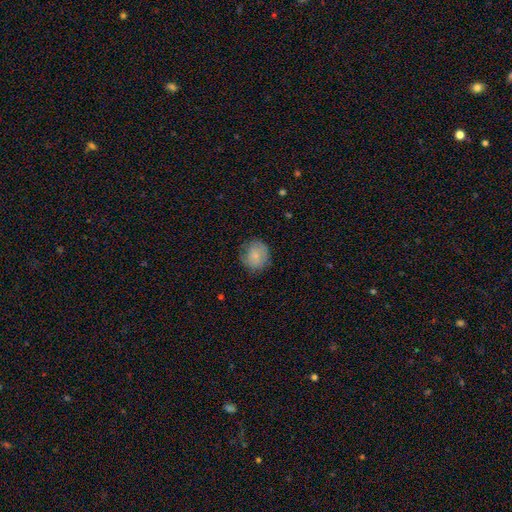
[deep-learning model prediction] This appears to be a smooth galaxy with no disk features (75%) that is round (82%). Merging: none (72%).